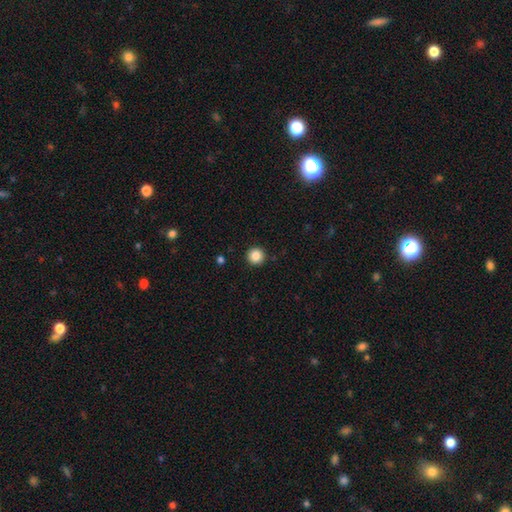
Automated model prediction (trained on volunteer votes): Smooth or featured: smooth — 86% (star or artifact — 10%)
How rounded: round — 96% (in between — 3%)
Merging: none — 93% (minor disturbance — 5%)